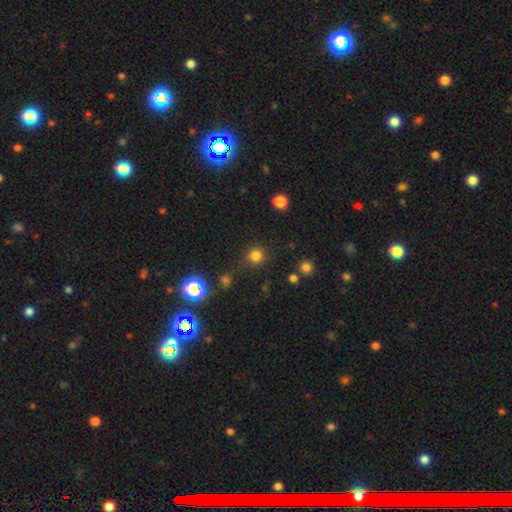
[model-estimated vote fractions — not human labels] Q: Smooth or featured?
A: smooth (78%); runner-up: star or artifact (18%)
Q: How rounded?
A: round (93%); runner-up: in between (6%)
Q: Merging?
A: none (83%); runner-up: minor disturbance (9%)